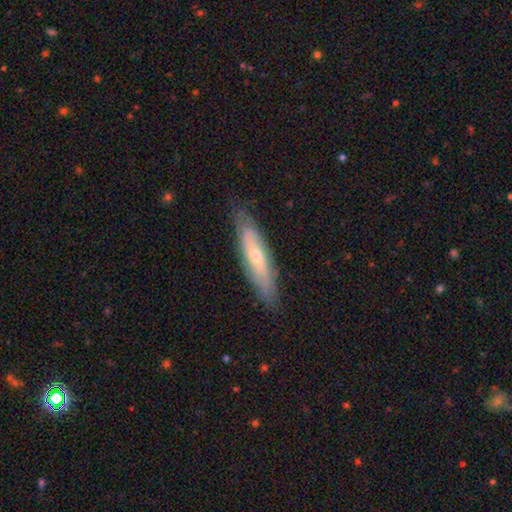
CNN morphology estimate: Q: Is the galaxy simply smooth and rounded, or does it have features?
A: featured or disk — 54%.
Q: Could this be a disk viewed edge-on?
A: no — 53%.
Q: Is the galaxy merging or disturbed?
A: none — 80%.